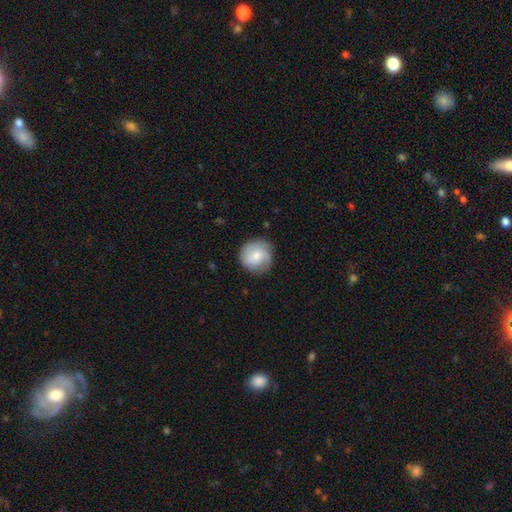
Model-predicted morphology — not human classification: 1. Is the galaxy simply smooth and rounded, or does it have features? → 50% smooth, 43% featured or disk, 7% star or artifact.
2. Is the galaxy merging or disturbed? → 79% none, 15% minor disturbance, 5% major disturbance, 1% merger.